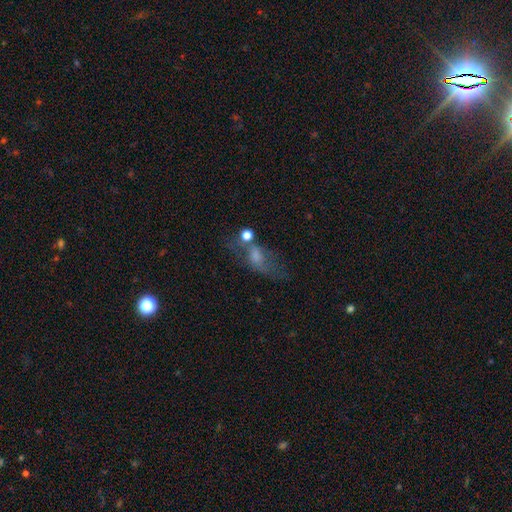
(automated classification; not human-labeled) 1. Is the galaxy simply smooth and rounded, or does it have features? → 38% featured or disk (tied), 38% smooth (tied), 24% star or artifact.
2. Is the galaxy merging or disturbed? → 44% none, 19% major disturbance, 19% minor disturbance, 18% merger.